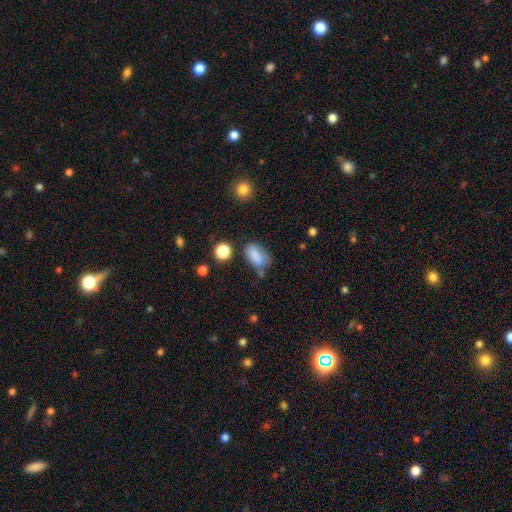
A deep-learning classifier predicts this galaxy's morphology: type=smooth (79%); roundness=in between (88%); merging=none (44%).